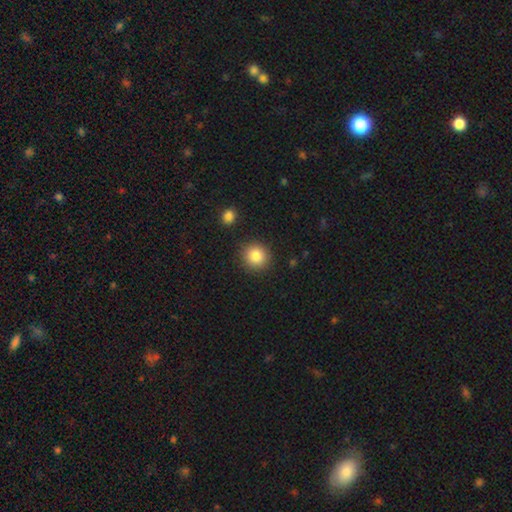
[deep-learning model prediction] This appears to be a smooth galaxy with no disk features (85%) that is round (90%). Merging: none (88%).